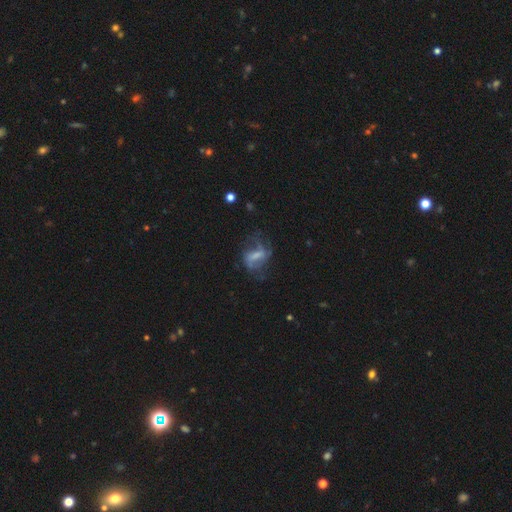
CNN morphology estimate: smooth_or_featured: featured or disk (p=0.63) [alt: smooth p=0.27]
disk_edge_on: no (p=0.95) [alt: yes p=0.05]
bar: weak (p=0.43) [alt: strong p=0.33]
has_spiral_arms: yes (p=0.69) [alt: no p=0.31]
bulge_size: moderate (p=0.30) [tied with: small p=0.30]
merging: none (p=0.41) [alt: major disturbance p=0.34]